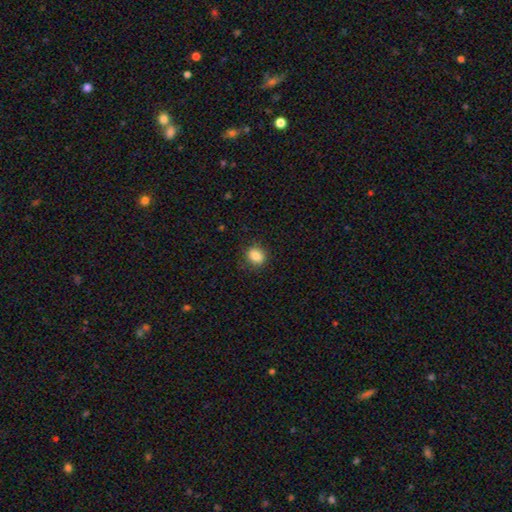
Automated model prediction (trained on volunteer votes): The model was most divided on "how rounded": round: 63%, in between: 36%, cigar-shaped: 1%. More confident: smooth or featured — smooth (84%); merging — none (84%).